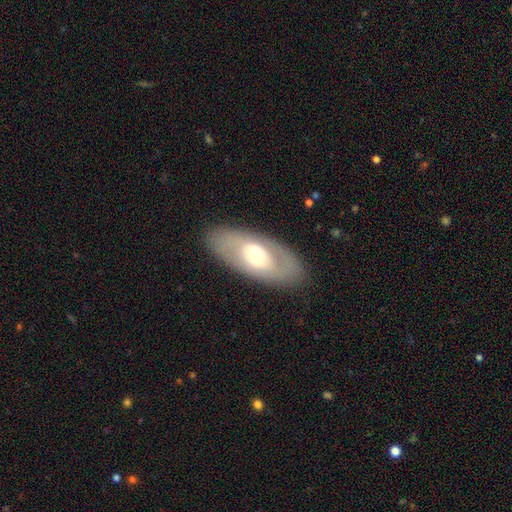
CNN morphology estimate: Smooth or featured? Predicted: featured or disk (p=0.52). Edge-on disk? Predicted: no (p=0.85). Merging? Predicted: none (p=0.84).